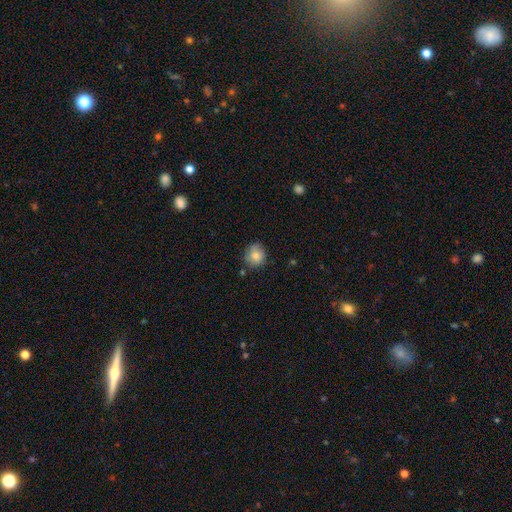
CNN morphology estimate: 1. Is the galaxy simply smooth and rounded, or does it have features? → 76% smooth, 15% featured or disk, 9% star or artifact.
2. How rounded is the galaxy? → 82% round, 17% in between, 1% cigar-shaped.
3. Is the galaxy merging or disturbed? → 71% none, 21% minor disturbance, 4% major disturbance, 3% merger.